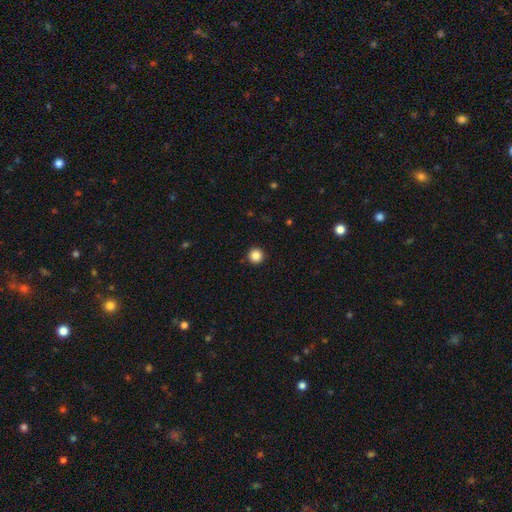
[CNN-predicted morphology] Smooth or featured? smooth (86%)
How rounded? round (96%)
Merging? none (93%)